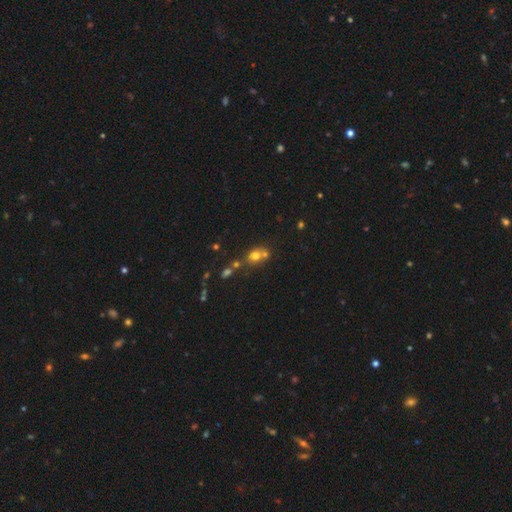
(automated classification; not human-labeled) Q: Smooth or featured?
A: smooth (67%); runner-up: star or artifact (18%)
Q: How rounded?
A: round (65%); runner-up: in between (33%)
Q: Merging?
A: merger (44%); runner-up: none (42%)